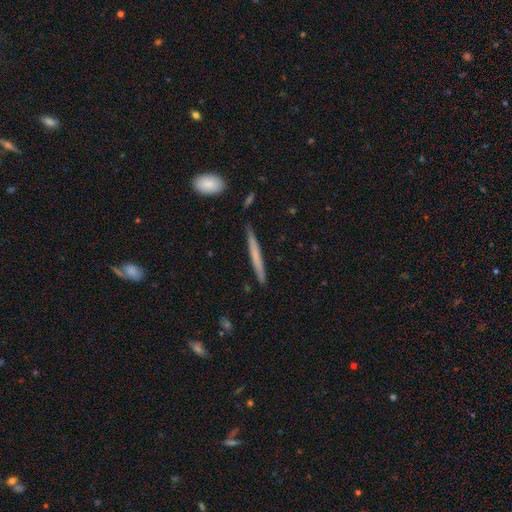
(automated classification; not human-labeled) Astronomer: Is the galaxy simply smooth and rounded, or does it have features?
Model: smooth — 57% (runner-up: featured or disk, 37%).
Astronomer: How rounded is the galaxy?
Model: cigar-shaped — 97%.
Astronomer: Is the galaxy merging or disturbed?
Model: none — 88%.